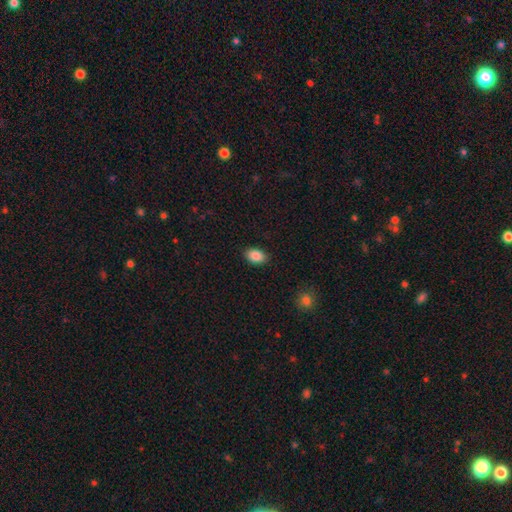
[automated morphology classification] smooth 88%, star or artifact 8%, featured or disk 5%. Down the decision tree: how rounded — in between (87%); merging — none (89%).